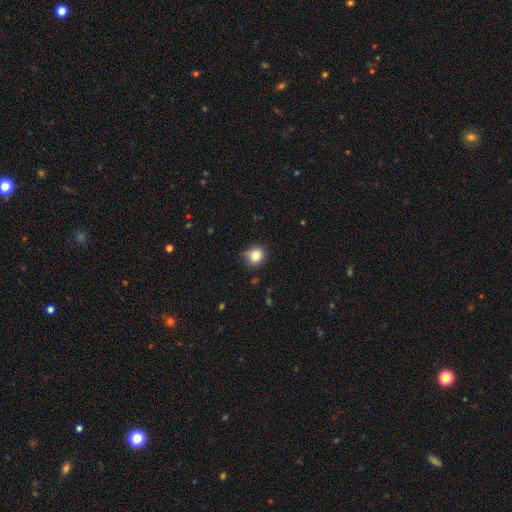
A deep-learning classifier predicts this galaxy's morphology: This is clearly a smooth galaxy (83%). How rounded: clearly round (81%). Merging: likely none (73%).